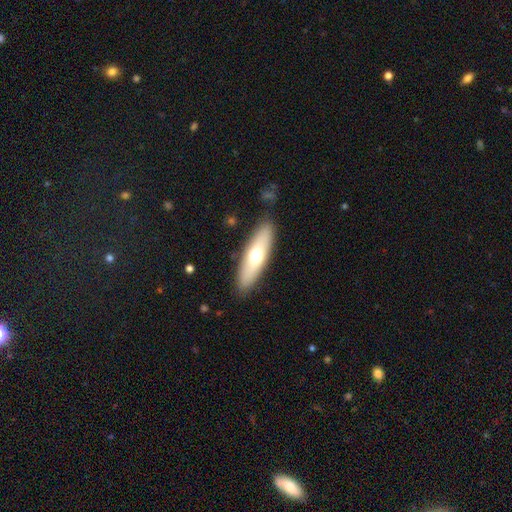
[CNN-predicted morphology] smooth-or-featured: smooth: 60% | featured or disk: 34% | star or artifact: 6%
  how-rounded: cigar-shaped: 53% | in between: 45% | round: 2%
  merging: none: 87% | minor disturbance: 9% | major disturbance: 2% | merger: 1%